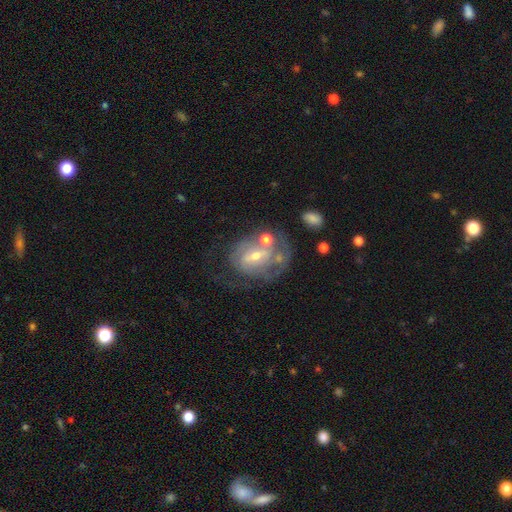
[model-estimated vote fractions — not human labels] Smooth or featured?
  - featured or disk: 74% *
  - smooth: 18%
  - star or artifact: 8%
Edge-on disk?
  - no: 96% *
  - yes: 4%
Bar?
  - weak: 45% *
  - no: 34%
  - strong: 21%
Spiral arms?
  - yes: 73% *
  - no: 27%
Spiral winding?
  - tight: 48% *
  - medium: 36%
  - loose: 16%
Spiral arm count?
  - can't tell: 40% *
  - 2: 36%
  - 1: 11%
  - 3: 8%
  - 4: 2%
  - more than 4: 2%
Bulge size?
  - small: 52% *
  - moderate: 43%
  - large: 2%
  - none: 2%
  - dominant: 1%
Merging?
  - none: 38% *
  - major disturbance: 26%
  - minor disturbance: 20%
  - merger: 16%